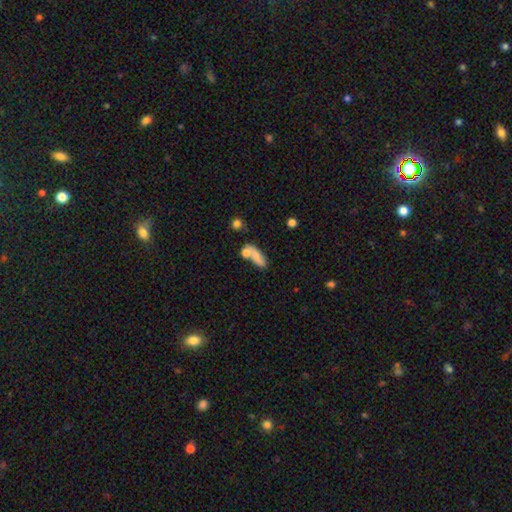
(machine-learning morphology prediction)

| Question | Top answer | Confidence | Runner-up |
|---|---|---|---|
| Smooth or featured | smooth | 70% | featured or disk (20%) |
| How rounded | in between | 65% | cigar-shaped (28%) |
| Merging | none | 41% | merger (29%) |